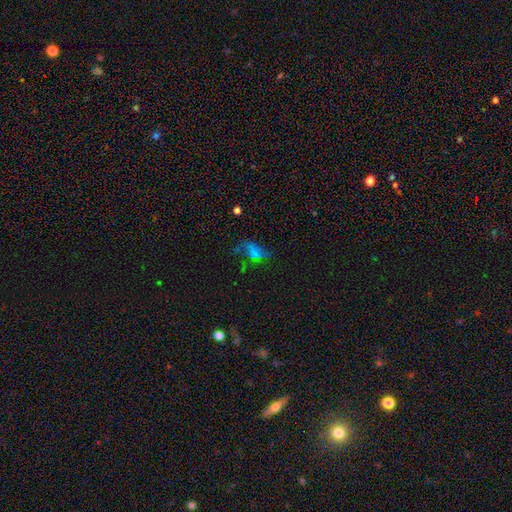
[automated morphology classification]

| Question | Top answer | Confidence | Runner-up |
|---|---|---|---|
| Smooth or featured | featured or disk | 40% | smooth (33%) |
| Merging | none | 40% | major disturbance (35%) |